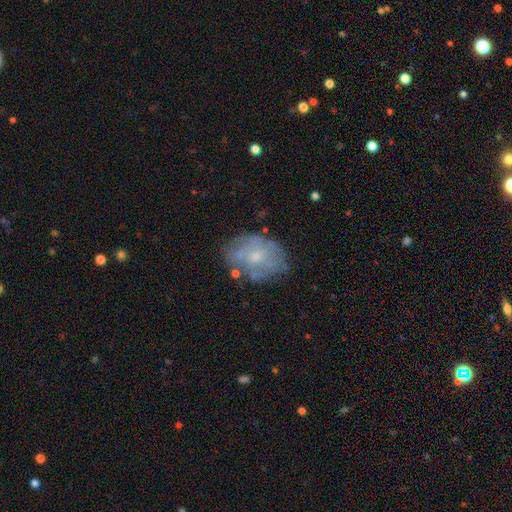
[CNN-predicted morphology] Smooth or featured?
  - featured or disk: 55% *
  - smooth: 36%
  - star or artifact: 9%
Edge-on disk?
  - no: 96% *
  - yes: 4%
Bar?
  - no: 82% *
  - weak: 16%
  - strong: 2%
Spiral arms?
  - no: 58% *
  - yes: 42%
Bulge size?
  - small: 56% *
  - moderate: 37%
  - none: 5%
  - large: 2%
  - dominant: 1%
Merging?
  - none: 65% *
  - minor disturbance: 22%
  - major disturbance: 9%
  - merger: 4%